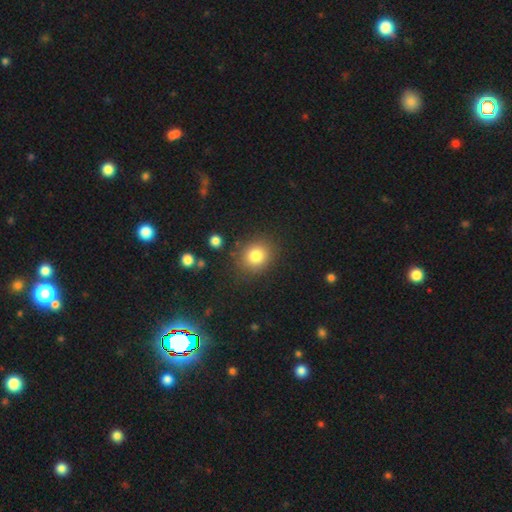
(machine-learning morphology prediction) This is clearly a smooth galaxy (81%). How rounded: likely round (75%). Merging: clearly none (84%).